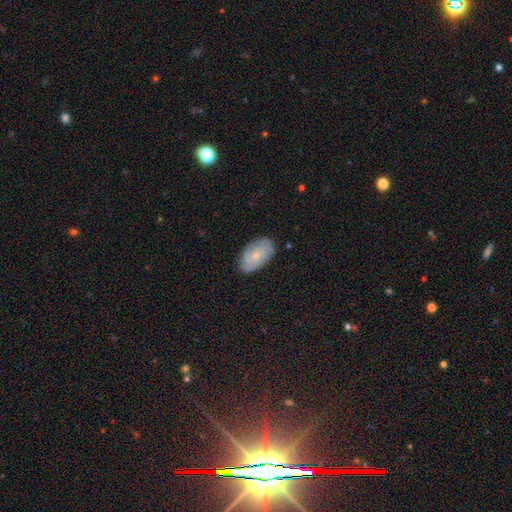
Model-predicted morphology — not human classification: A smooth galaxy with no disk features (51%) that is in between round and cigar-shaped (92%).

Vote fractions:
- Smooth or featured? smooth: 51% / featured or disk: 42% / star or artifact: 7%
- How rounded? in between: 92% / round: 6% / cigar-shaped: 2%
- Merging? none: 80% / minor disturbance: 16% / major disturbance: 3% / merger: 1%